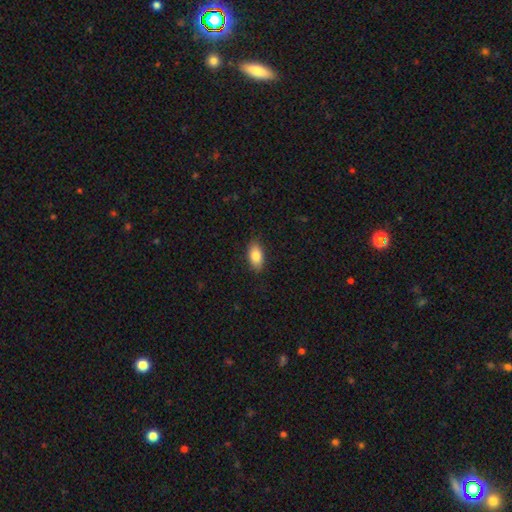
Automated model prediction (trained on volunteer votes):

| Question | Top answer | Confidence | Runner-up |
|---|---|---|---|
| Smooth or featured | smooth | 85% | featured or disk (8%) |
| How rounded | in between | 92% | round (4%) |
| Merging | none | 87% | minor disturbance (10%) |